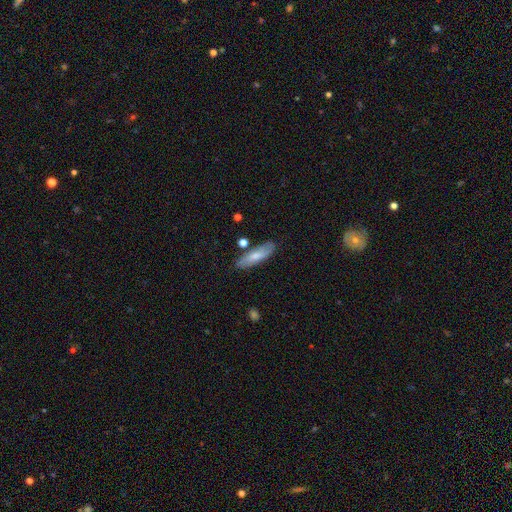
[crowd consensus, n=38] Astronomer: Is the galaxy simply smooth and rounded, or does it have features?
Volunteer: smooth — 61% (runner-up: featured or disk, 37%).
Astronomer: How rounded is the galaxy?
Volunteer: in between — 52% (runner-up: cigar-shaped, 48%).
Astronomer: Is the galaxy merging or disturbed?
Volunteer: none — 84%.